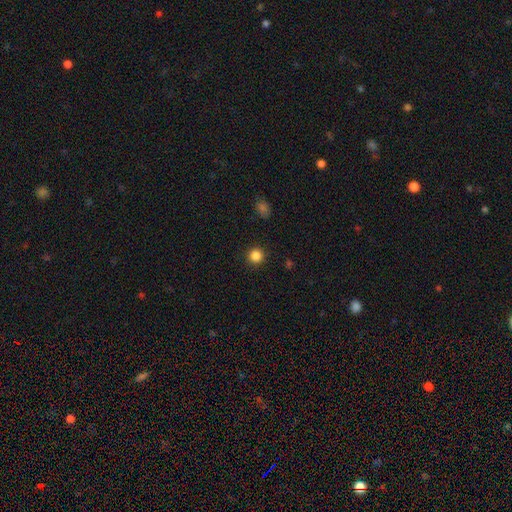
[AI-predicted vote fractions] A smooth galaxy with no disk features (85%) that is round (95%). Merging: none (92%).